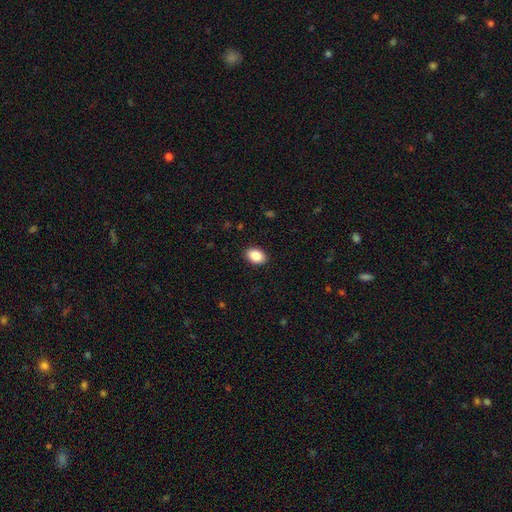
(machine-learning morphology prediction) This appears to be a smooth galaxy with no disk features (87%) that is in between round and cigar-shaped (84%). Merging: none (90%).